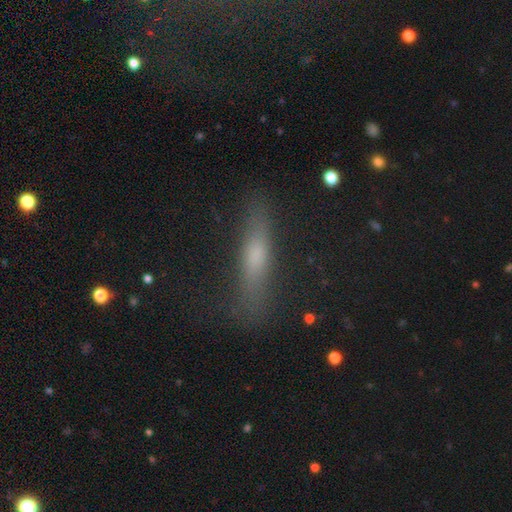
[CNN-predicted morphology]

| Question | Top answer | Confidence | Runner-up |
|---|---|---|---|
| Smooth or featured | smooth | 58% | featured or disk (30%) |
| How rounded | cigar-shaped | 80% | in between (18%) |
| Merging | none | 75% | minor disturbance (16%) |